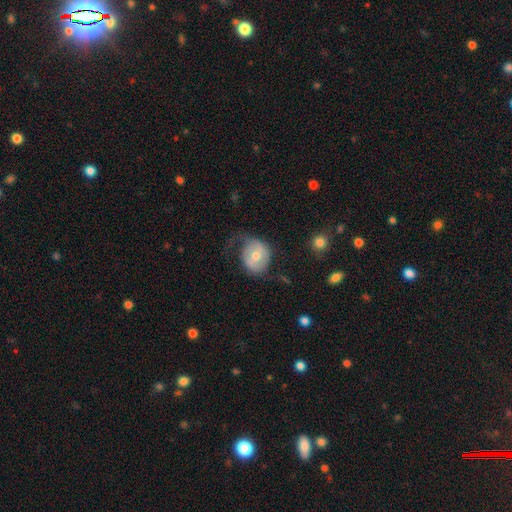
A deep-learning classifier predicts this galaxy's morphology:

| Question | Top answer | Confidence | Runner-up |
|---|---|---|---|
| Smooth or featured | smooth | 48% | featured or disk (46%) |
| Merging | none | 42% | major disturbance (28%) |